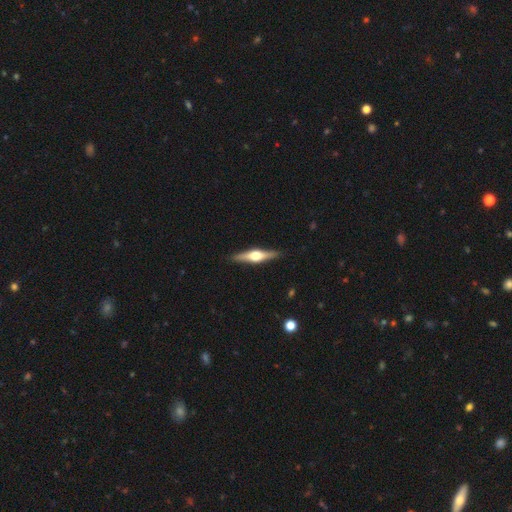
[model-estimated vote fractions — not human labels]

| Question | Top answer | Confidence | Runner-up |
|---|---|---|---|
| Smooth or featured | featured or disk | 73% | smooth (22%) |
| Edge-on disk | yes | 97% | no (3%) |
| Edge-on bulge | rounded | 95% | boxy (4%) |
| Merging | none | 91% | minor disturbance (7%) |